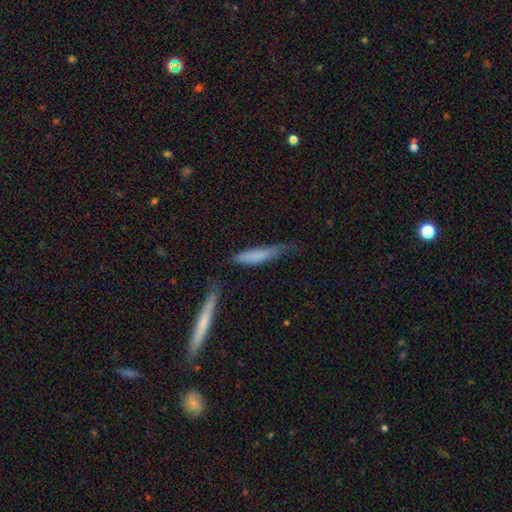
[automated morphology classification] This appears to be a smooth galaxy with no disk features (72%) that is cigar-shaped (87%). Merging: none (46%).